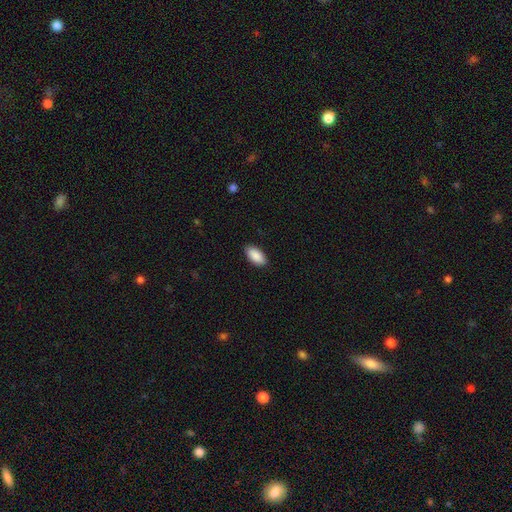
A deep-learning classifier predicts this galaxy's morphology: Smooth or featured?
  - smooth: 90% *
  - star or artifact: 6%
  - featured or disk: 3%
How rounded?
  - in between: 94% *
  - cigar-shaped: 4%
  - round: 2%
Merging?
  - none: 89% *
  - minor disturbance: 8%
  - major disturbance: 2%
  - merger: 1%